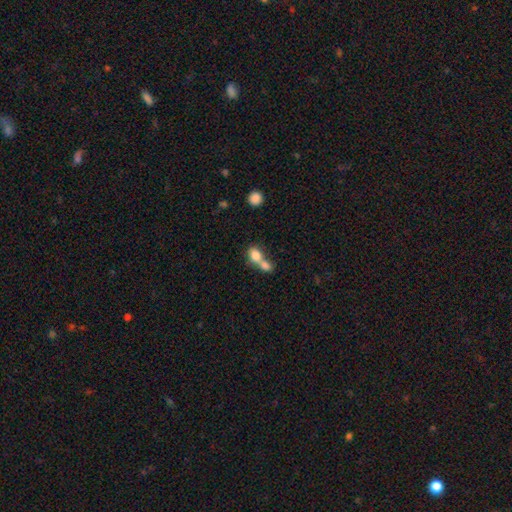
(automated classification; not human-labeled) A smooth galaxy with no disk features (79%) that is in between round and cigar-shaped (59%). Merging: merger (69%).